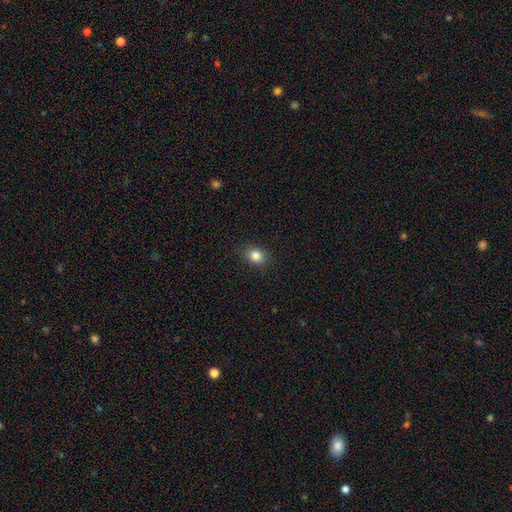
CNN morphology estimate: Smooth or featured? Predicted: smooth (p=0.83). How rounded? Predicted: round (p=0.57). Merging? Predicted: none (p=0.87).